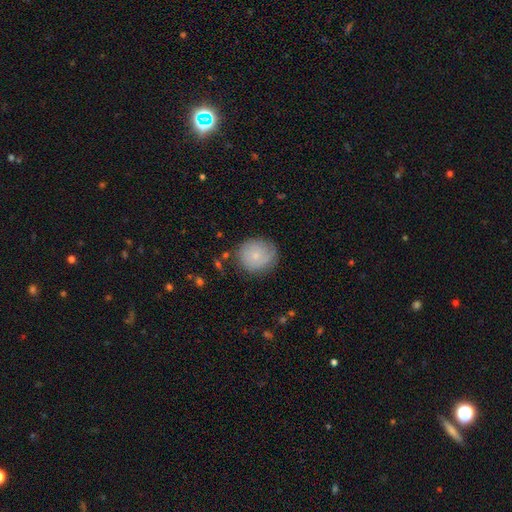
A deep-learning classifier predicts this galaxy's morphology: smooth_or_featured: smooth (p=0.72) [alt: featured or disk p=0.20]
how_rounded: round (p=0.87) [alt: in between p=0.12]
merging: none (p=0.75) [alt: minor disturbance p=0.18]